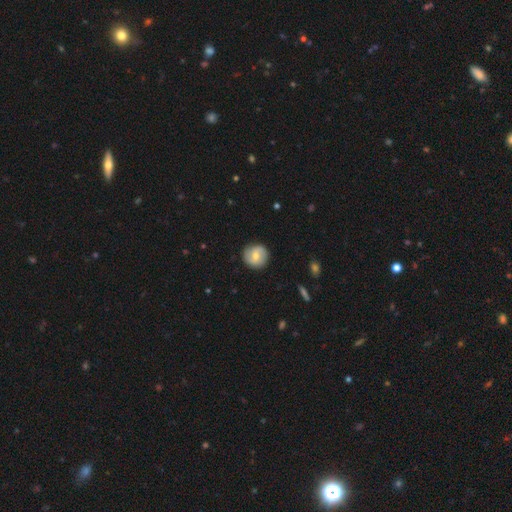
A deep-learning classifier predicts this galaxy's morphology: Smooth or featured? Predicted: smooth (p=0.51). How rounded? Predicted: round (p=0.91). Merging? Predicted: none (p=0.87).